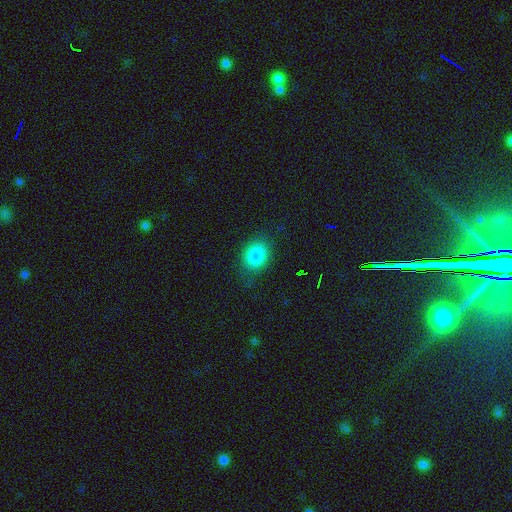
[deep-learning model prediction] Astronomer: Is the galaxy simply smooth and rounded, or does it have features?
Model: smooth — 83%.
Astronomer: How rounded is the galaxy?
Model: in between — 54% (runner-up: round, 45%).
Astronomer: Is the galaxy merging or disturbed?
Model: none — 78%.